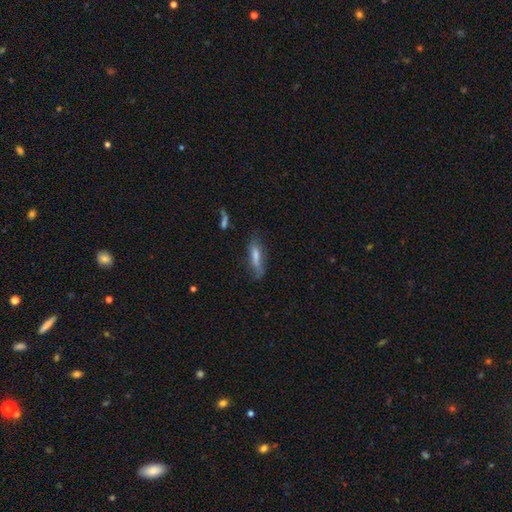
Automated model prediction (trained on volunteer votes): The model was most divided on "smooth or featured": smooth: 60%, featured or disk: 29%, star or artifact: 10%. More confident: how rounded — cigar-shaped (69%); merging — none (64%).